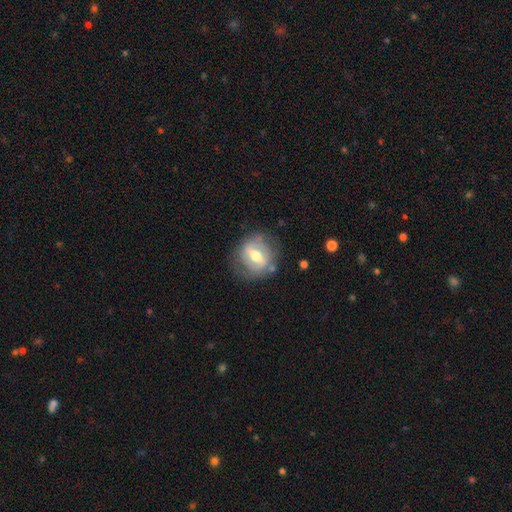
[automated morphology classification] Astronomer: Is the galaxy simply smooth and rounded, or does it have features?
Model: featured or disk — 62%.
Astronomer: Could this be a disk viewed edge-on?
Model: no — 93%.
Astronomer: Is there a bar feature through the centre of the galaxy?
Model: strong — 43% (runner-up: weak, 40%).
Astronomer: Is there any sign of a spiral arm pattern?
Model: no — 56% (runner-up: yes, 44%).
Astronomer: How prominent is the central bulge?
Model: moderate — 71%.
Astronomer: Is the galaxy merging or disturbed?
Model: none — 70%.